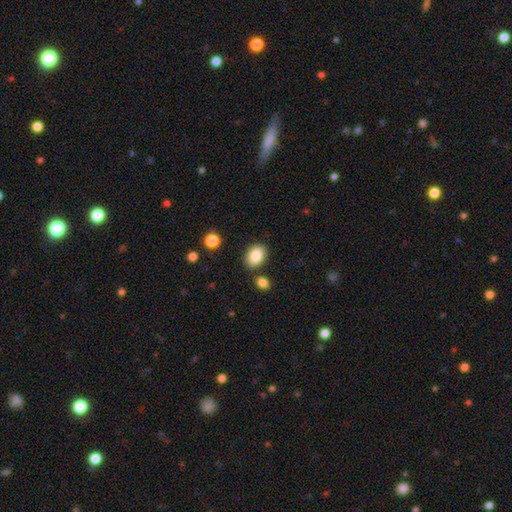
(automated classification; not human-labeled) A smooth galaxy with no disk features (85%) that is in between round and cigar-shaped (78%). Merging: none (82%).